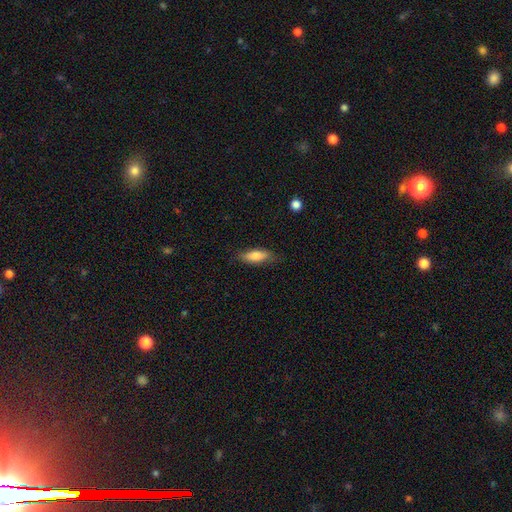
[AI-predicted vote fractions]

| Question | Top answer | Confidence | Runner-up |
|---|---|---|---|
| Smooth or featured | smooth | 77% | featured or disk (16%) |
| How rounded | in between | 66% | cigar-shaped (32%) |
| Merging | none | 79% | minor disturbance (16%) |